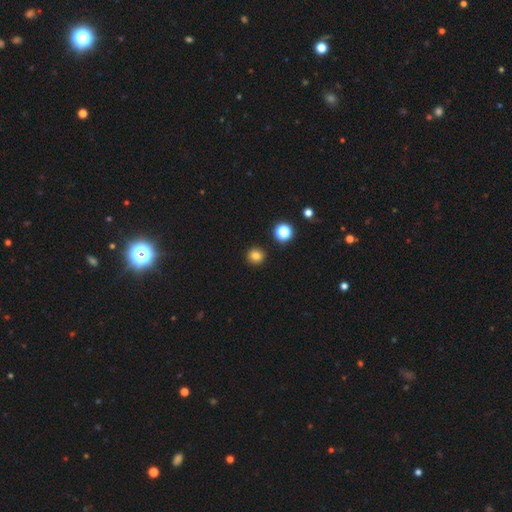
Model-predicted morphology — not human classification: Q: Smooth or featured?
A: smooth (83%); runner-up: star or artifact (13%)
Q: How rounded?
A: round (92%); runner-up: in between (7%)
Q: Merging?
A: none (92%); runner-up: minor disturbance (5%)